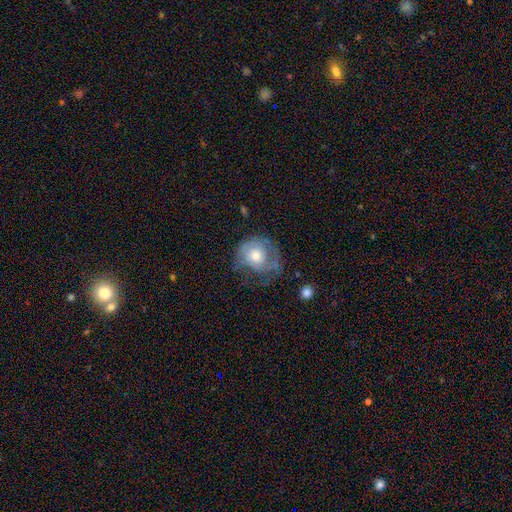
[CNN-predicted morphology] Smooth or featured?
  - featured or disk: 53% *
  - smooth: 40%
  - star or artifact: 7%
Edge-on disk?
  - no: 97% *
  - yes: 3%
Bar?
  - no: 82% *
  - weak: 16%
  - strong: 3%
Spiral arms?
  - yes: 71% *
  - no: 29%
Bulge size?
  - moderate: 65% *
  - large: 18%
  - small: 14%
  - none: 2%
  - dominant: 2%
Merging?
  - none: 49% *
  - minor disturbance: 27%
  - major disturbance: 22%
  - merger: 2%